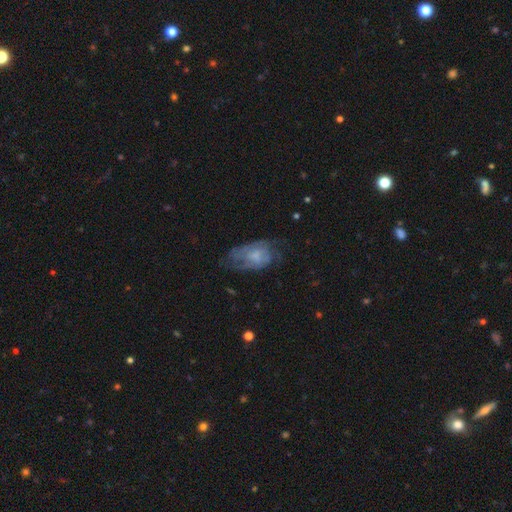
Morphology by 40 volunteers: This appears to be a smooth galaxy with no disk features (48%) that is in between round and cigar-shaped (63%). Merging: none (51%).